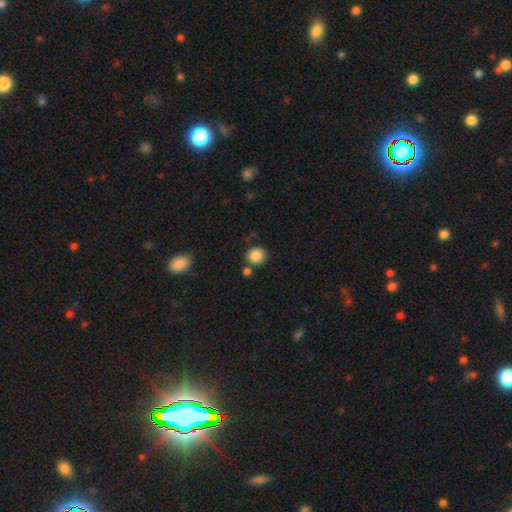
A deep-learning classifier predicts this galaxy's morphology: This is clearly a smooth galaxy (86%). How rounded: clearly round (82%). Merging: likely none (73%).